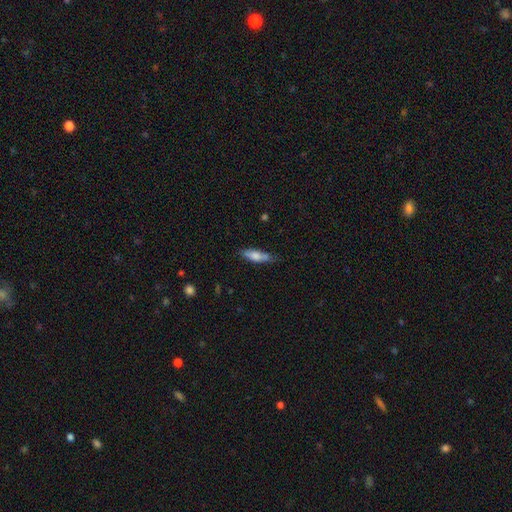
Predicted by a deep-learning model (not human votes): Smooth or featured: smooth — 70% (featured or disk — 23%)
How rounded: cigar-shaped — 52% (in between — 46%)
Merging: none — 63% (minor disturbance — 27%)